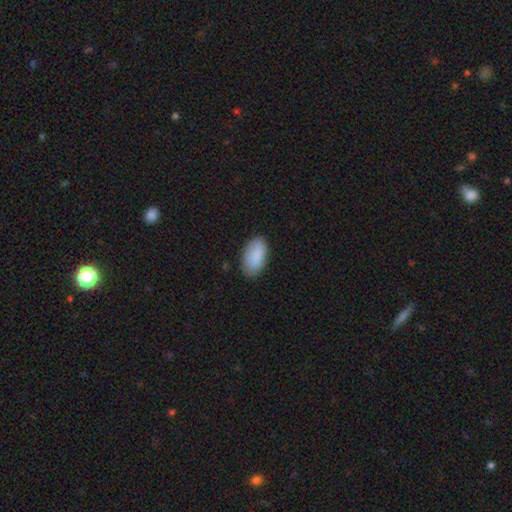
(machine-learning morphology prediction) The model was most divided on "merging": none: 82%, minor disturbance: 14%, major disturbance: 3%, merger: 1%. More confident: how rounded — in between (95%); smooth or featured — smooth (88%).